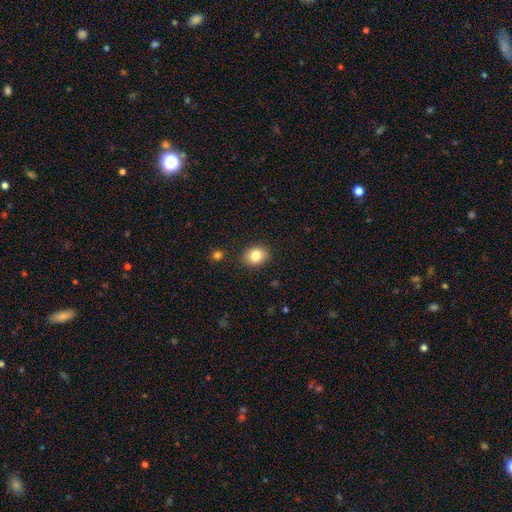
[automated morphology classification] Smooth or featured?
  - smooth: 83% *
  - star or artifact: 9%
  - featured or disk: 8%
How rounded?
  - in between: 50% *
  - round: 49%
  - cigar-shaped: 1%
Merging?
  - none: 88% *
  - minor disturbance: 8%
  - major disturbance: 2%
  - merger: 2%